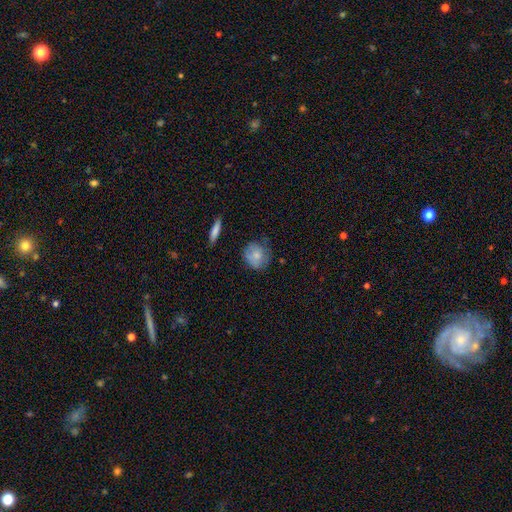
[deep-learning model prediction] A smooth galaxy with no disk features (74%) that is round (76%).

Vote fractions:
- Smooth or featured? smooth: 74% / featured or disk: 19% / star or artifact: 7%
- How rounded? round: 76% / in between: 23% / cigar-shaped: 1%
- Merging? none: 62% / minor disturbance: 27% / major disturbance: 9% / merger: 2%